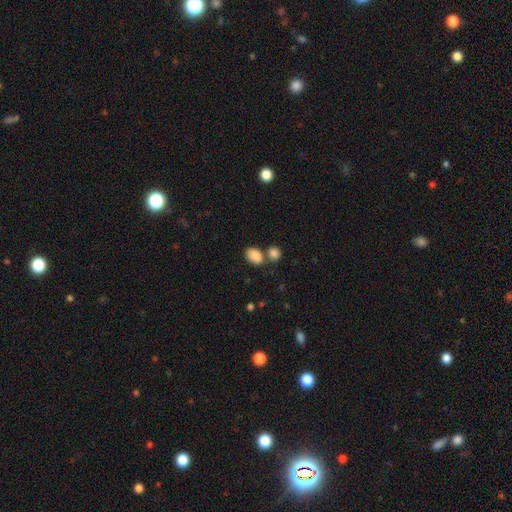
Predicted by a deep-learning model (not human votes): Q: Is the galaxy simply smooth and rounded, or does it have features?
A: smooth — 86%.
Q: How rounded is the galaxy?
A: in between — 76%.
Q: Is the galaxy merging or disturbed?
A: none — 52%.